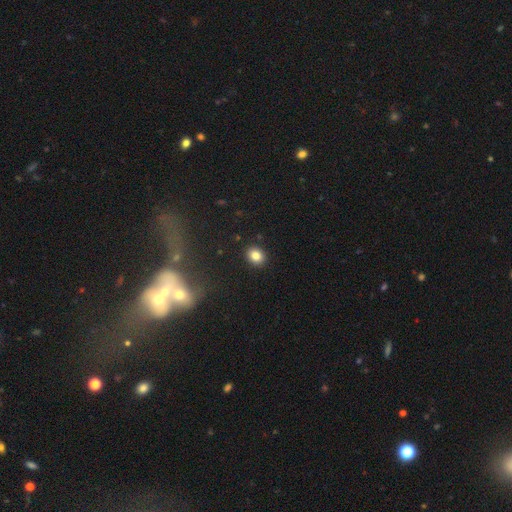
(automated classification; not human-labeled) smooth 82%, star or artifact 11%, featured or disk 7%. Down the decision tree: how rounded — round (62%); merging — none (90%).